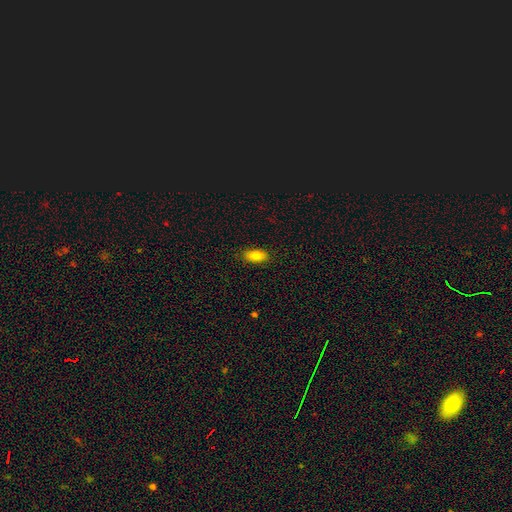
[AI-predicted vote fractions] Smooth or featured? Predicted: smooth (p=0.81). How rounded? Predicted: in between (p=0.90). Merging? Predicted: none (p=0.88).